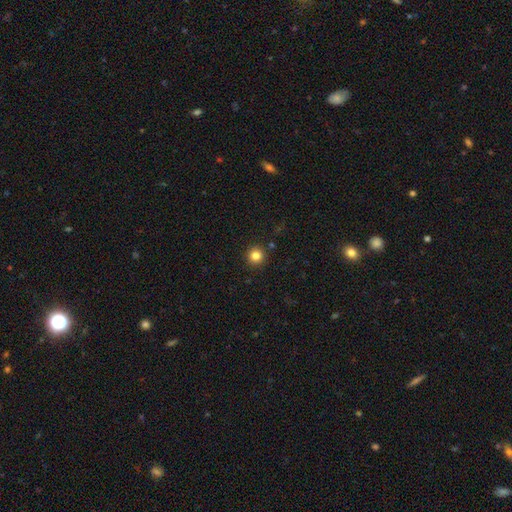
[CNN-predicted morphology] Smooth or featured? smooth (83%)
How rounded? round (95%)
Merging? none (92%)